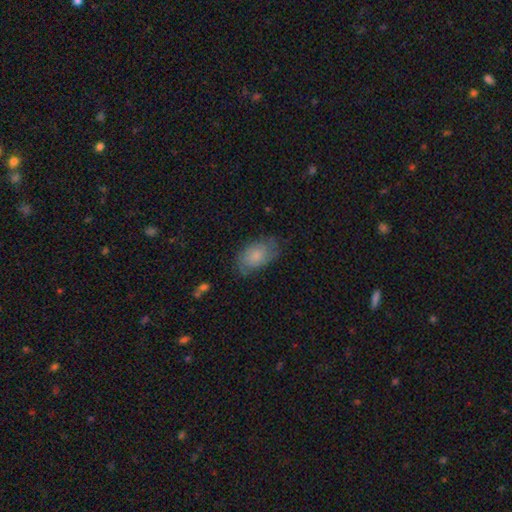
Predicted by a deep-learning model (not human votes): Smooth or featured: smooth — 74% (featured or disk — 19%)
How rounded: in between — 93% (round — 5%)
Merging: none — 67% (minor disturbance — 25%)